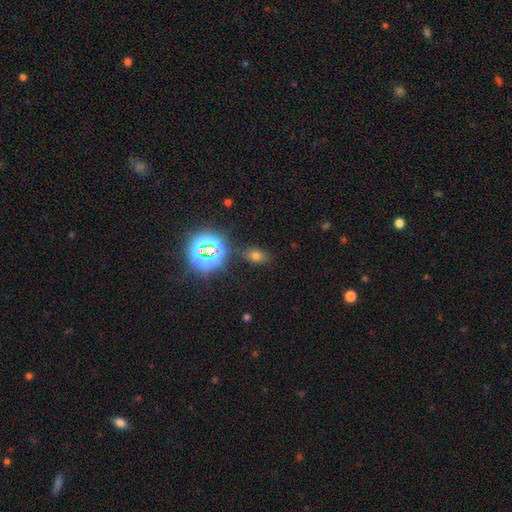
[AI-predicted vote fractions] Morphology: type=smooth (59%); roundness=in between (78%); merging=none (80%).